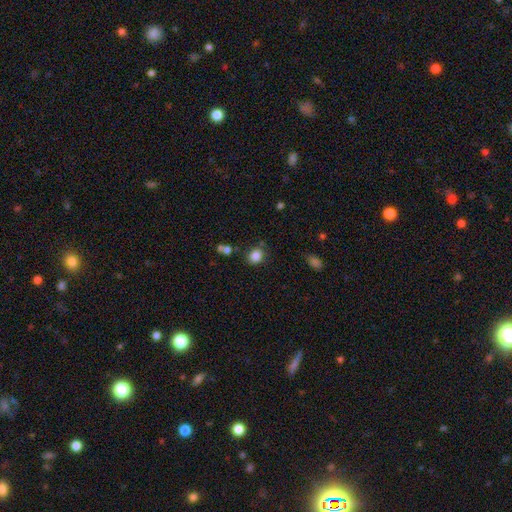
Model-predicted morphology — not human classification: Smooth or featured? Predicted: smooth (p=0.84). How rounded? Predicted: round (p=0.68). Merging? Predicted: none (p=0.78).